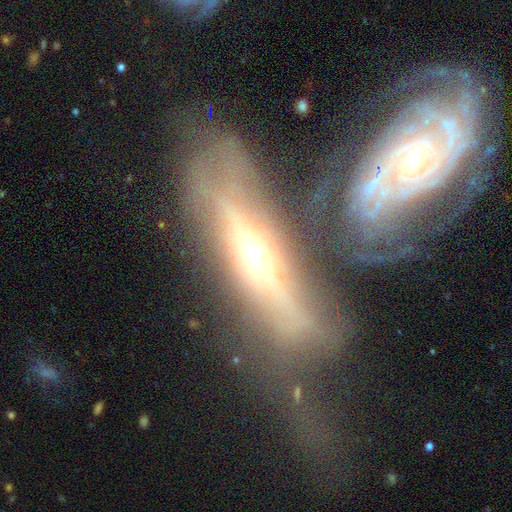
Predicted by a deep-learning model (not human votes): This is likely a featured or disk galaxy (72%). It is likely viewed edge-on (66%). Merging: marginally none (38%).